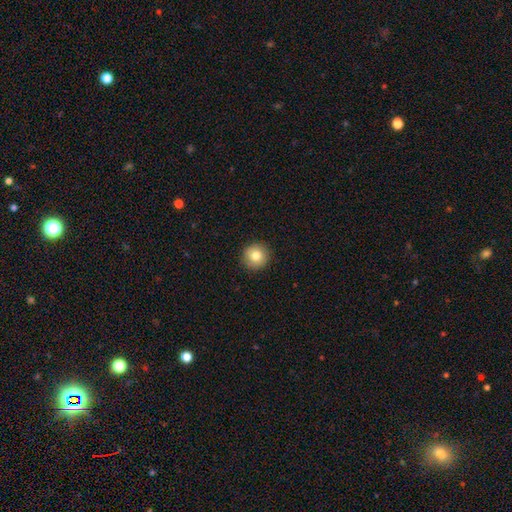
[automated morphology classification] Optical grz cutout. It shows a smooth galaxy with no disk features (81%) that is round (95%). Merging: none (92%).